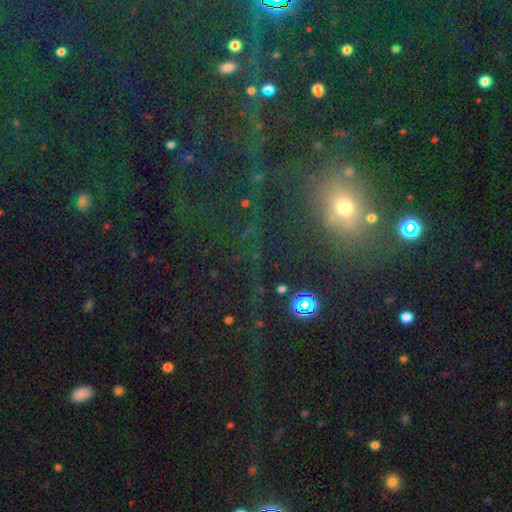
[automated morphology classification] smooth_or_featured: star or artifact (p=0.60) [alt: smooth p=0.29]